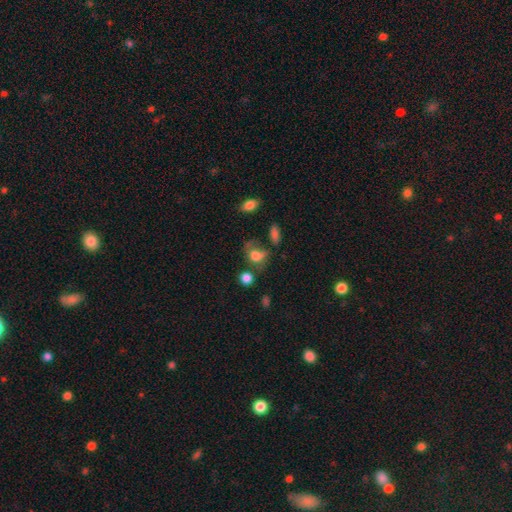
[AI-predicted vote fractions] Morphology: type=smooth (70%); roundness=in between (52%); merging=none (37%).